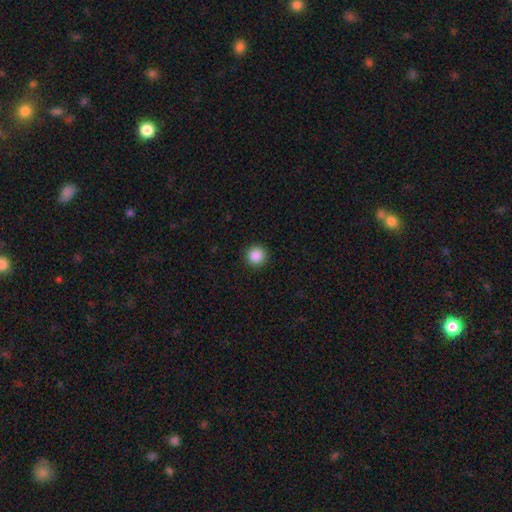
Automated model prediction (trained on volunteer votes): Smooth or featured?
  - smooth: 88% *
  - star or artifact: 9%
  - featured or disk: 3%
How rounded?
  - round: 96% *
  - in between: 3%
  - cigar-shaped: 1%
Merging?
  - none: 93% *
  - minor disturbance: 4%
  - major disturbance: 2%
  - merger: 1%